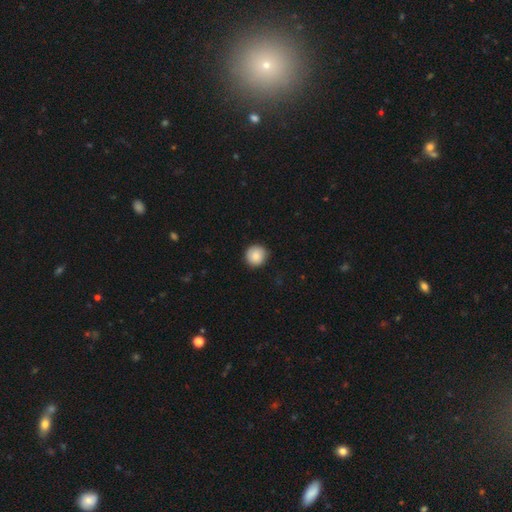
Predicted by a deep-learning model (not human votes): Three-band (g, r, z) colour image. It shows a smooth galaxy with no disk features (85%) that is round (94%). Merging: none (88%).